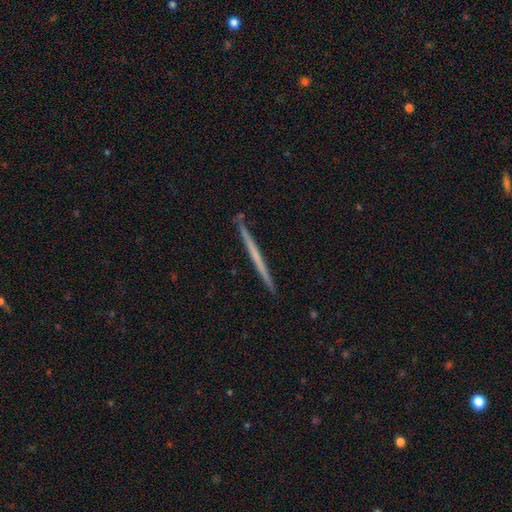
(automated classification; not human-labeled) This is possibly a featured or disk galaxy (54%). It is clearly viewed edge-on (98%). Edge-on bulge: clearly none (92%). Merging: clearly none (92%).